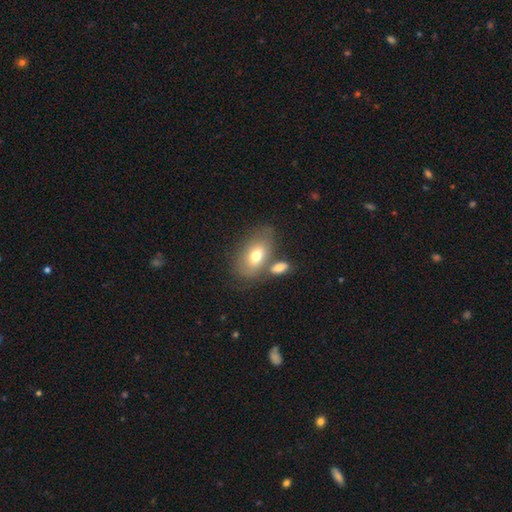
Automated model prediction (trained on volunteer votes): A smooth galaxy with no disk features (70%) that is in between round and cigar-shaped (88%).

Vote fractions:
- Smooth or featured? smooth: 70% / featured or disk: 22% / star or artifact: 8%
- How rounded? in between: 88% / round: 9% / cigar-shaped: 3%
- Merging? none: 51% / merger: 29% / minor disturbance: 14% / major disturbance: 6%